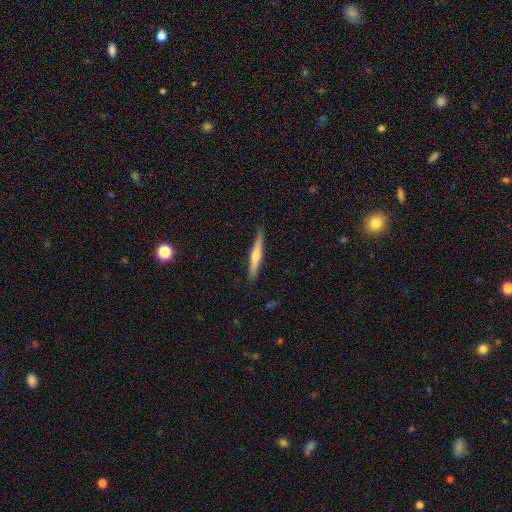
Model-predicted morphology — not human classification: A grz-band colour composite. It shows a featured or disk galaxy (54%) viewed edge-on (97%) with a rounded central bulge (77%). Merging: none (88%).